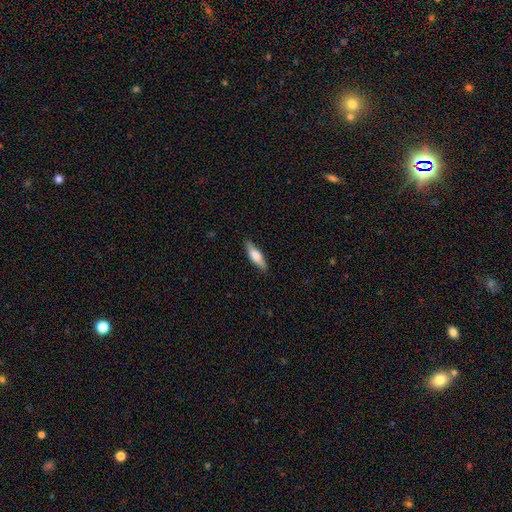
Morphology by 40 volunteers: A smooth galaxy with no disk features (48%) that is in between round and cigar-shaped (53%).

Vote fractions:
- Smooth or featured? smooth: 48% / featured or disk: 45% / star or artifact: 8%
- How rounded? in between: 53% / cigar-shaped: 47% / round: 0%
- Merging? none: 95% / minor disturbance: 5% / major disturbance: 0% / merger: 0%